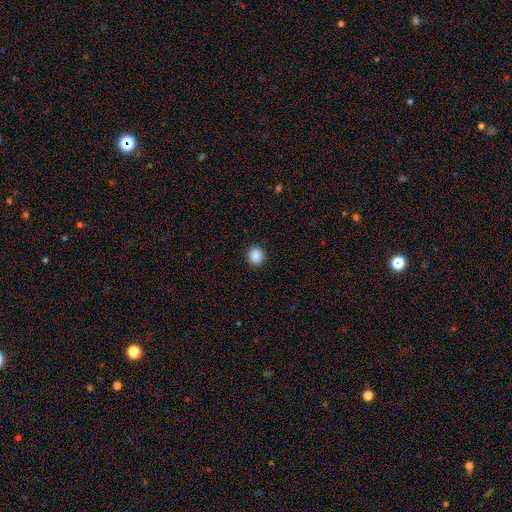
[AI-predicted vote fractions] Q: Smooth or featured?
A: smooth (88%); runner-up: star or artifact (9%)
Q: How rounded?
A: round (87%); runner-up: in between (12%)
Q: Merging?
A: none (91%); runner-up: minor disturbance (6%)